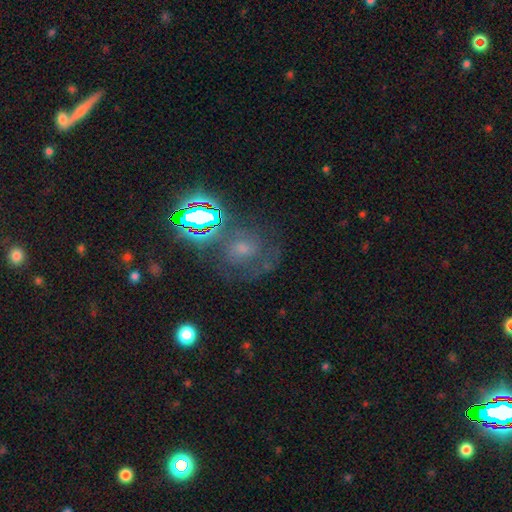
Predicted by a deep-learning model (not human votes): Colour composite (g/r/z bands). It shows a star or artifact, not a galaxy (43%).